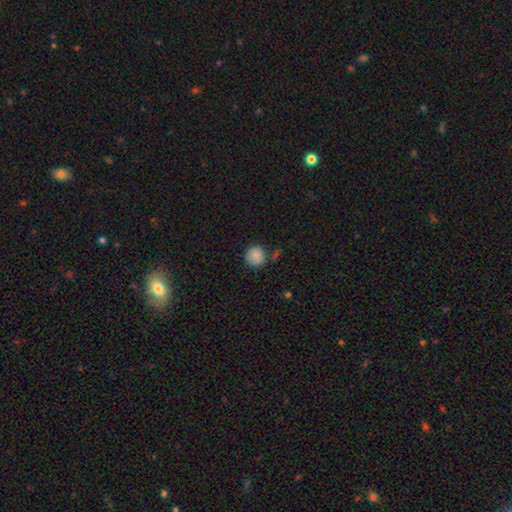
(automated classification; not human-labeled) Overall: smooth (86%). How rounded: round (90%). Merging: none (74%).